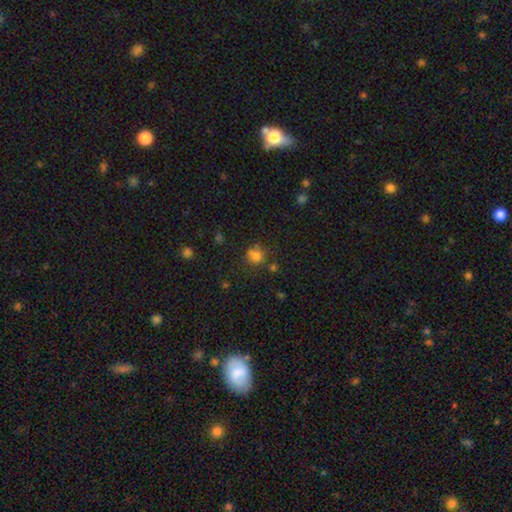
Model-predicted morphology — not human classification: Smooth or featured? Predicted: smooth (p=0.71). How rounded? Predicted: round (p=0.69). Merging? Predicted: none (p=0.55).